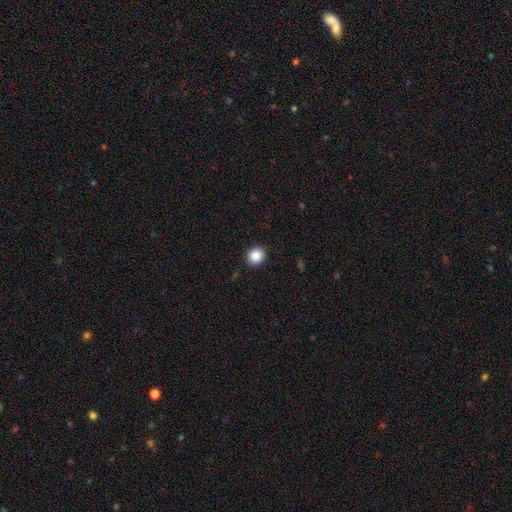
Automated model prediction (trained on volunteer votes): smooth-or-featured: smooth: 88% | star or artifact: 9% | featured or disk: 3%
  how-rounded: round: 84% | in between: 15% | cigar-shaped: 1%
  merging: none: 92% | minor disturbance: 6% | major disturbance: 2% | merger: 1%